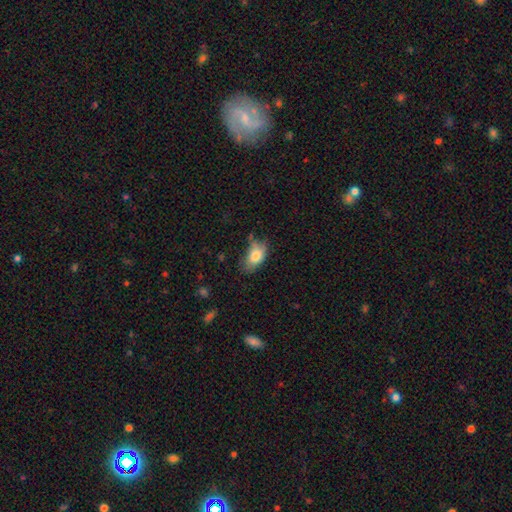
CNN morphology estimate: smooth 79%, featured or disk 13%, star or artifact 8%. Down the decision tree: how rounded — in between (90%); merging — none (56%).